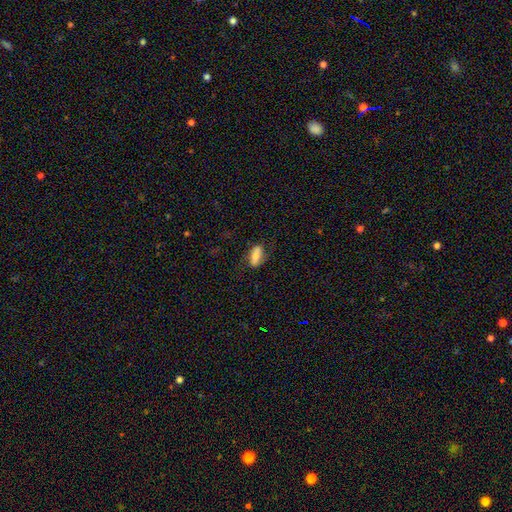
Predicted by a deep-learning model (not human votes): This appears to be a smooth galaxy with no disk features (76%) that is in between round and cigar-shaped (84%). Merging: none (70%).